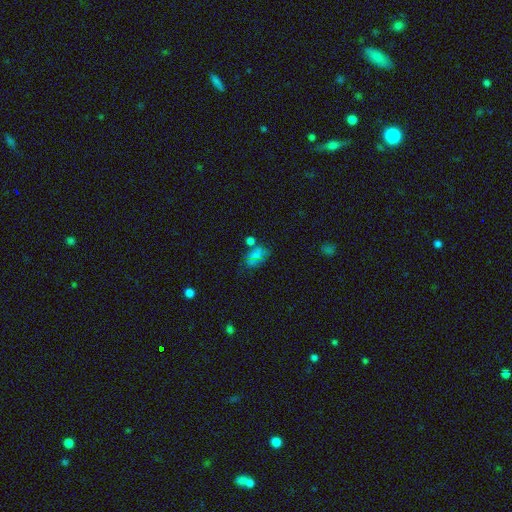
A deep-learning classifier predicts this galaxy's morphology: smooth-or-featured: smooth: 60% | star or artifact: 27% | featured or disk: 12%
  how-rounded: in between: 82% | round: 15% | cigar-shaped: 3%
  merging: none: 55% | minor disturbance: 20% | merger: 14% | major disturbance: 10%